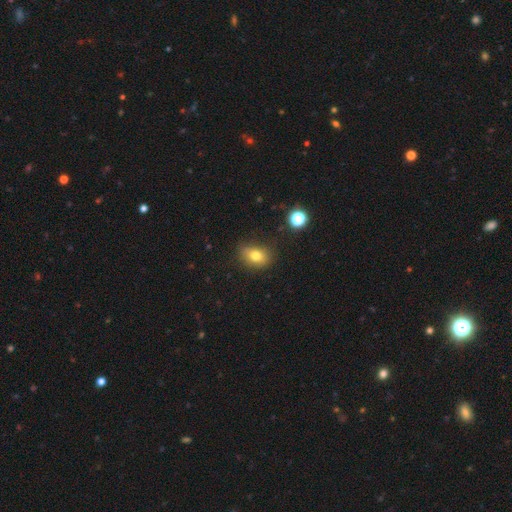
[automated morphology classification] smooth-or-featured: smooth: 76% | star or artifact: 13% | featured or disk: 11%
  how-rounded: in between: 68% | round: 30% | cigar-shaped: 2%
  merging: none: 72% | minor disturbance: 21% | major disturbance: 5% | merger: 3%